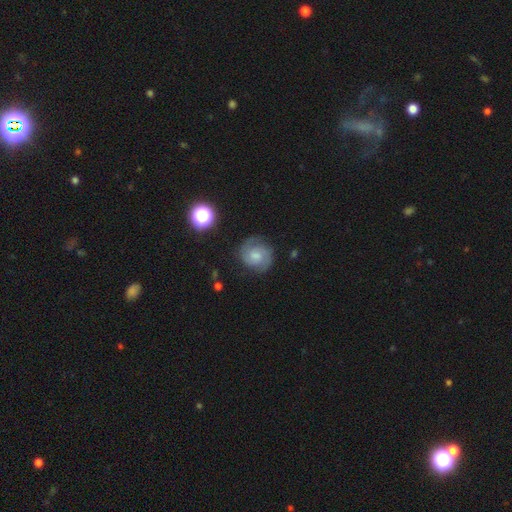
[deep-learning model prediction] A featured or disk galaxy (64%) with no bar (63%), 2 (80%) tight (45%) spiral arms (94%) and a moderate central bulge (39%).

Vote fractions:
- Smooth or featured? featured or disk: 64% / smooth: 26% / star or artifact: 9%
- Edge-on disk? no: 98% / yes: 2%
- Bar? no: 63% / weak: 32% / strong: 5%
- Spiral arms? yes: 94% / no: 6%
- Spiral winding? tight: 45% / medium: 42% / loose: 13%
- Spiral arm count? 2: 80% / can't tell: 10% / 3: 4% / 1: 3% / 4: 1% / more than 4: 1%
- Bulge size? moderate: 39% / small: 37% / none: 13% / large: 9% / dominant: 2%
- Merging? none: 76% / minor disturbance: 16% / major disturbance: 6% / merger: 2%